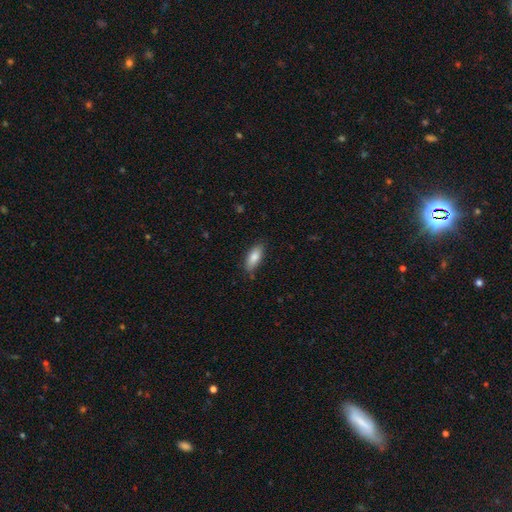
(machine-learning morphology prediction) The model was most divided on "how rounded": in between: 79%, cigar-shaped: 19%, round: 2%. More confident: smooth or featured — smooth (82%); merging — none (80%).